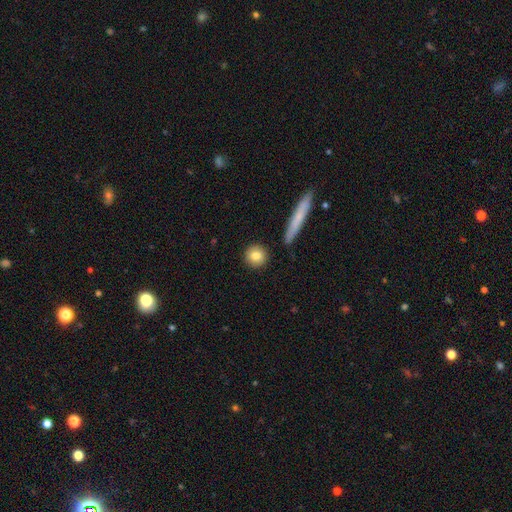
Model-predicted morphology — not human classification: A smooth galaxy with no disk features (80%) that is round (92%). Merging: none (90%).